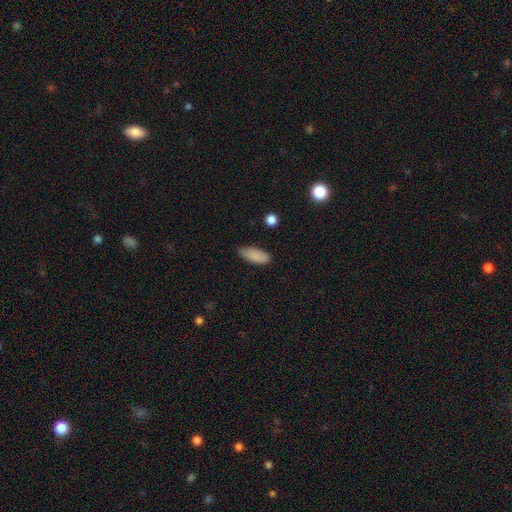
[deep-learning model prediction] Overall: smooth (88%). How rounded: in between (84%). Merging: none (77%).